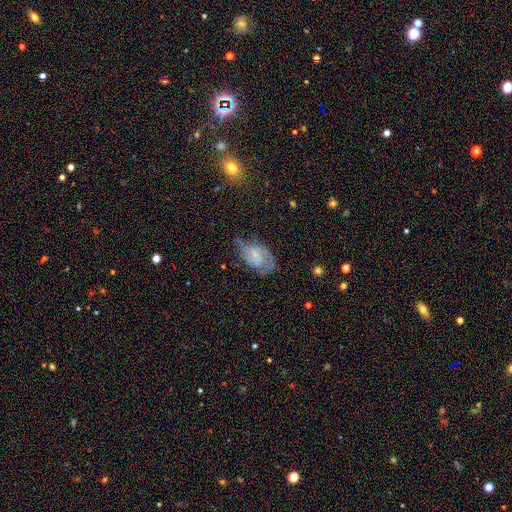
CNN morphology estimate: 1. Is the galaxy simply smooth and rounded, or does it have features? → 55% featured or disk, 34% smooth, 11% star or artifact.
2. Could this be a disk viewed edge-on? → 95% no, 5% yes.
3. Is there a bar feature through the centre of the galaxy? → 49% weak, 35% no, 16% strong.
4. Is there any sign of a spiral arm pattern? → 73% yes, 27% no.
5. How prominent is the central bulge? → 50% small, 24% moderate, 22% none, 3% large, 1% dominant.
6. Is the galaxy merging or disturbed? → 45% none, 34% minor disturbance, 18% major disturbance, 3% merger.